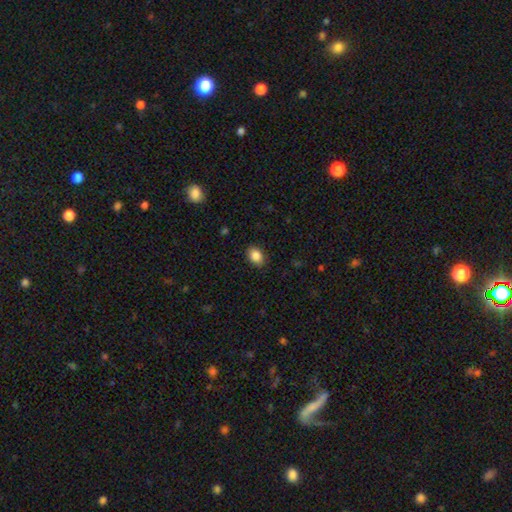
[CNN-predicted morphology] Smooth or featured? smooth (86%)
How rounded? in between (73%)
Merging? none (87%)